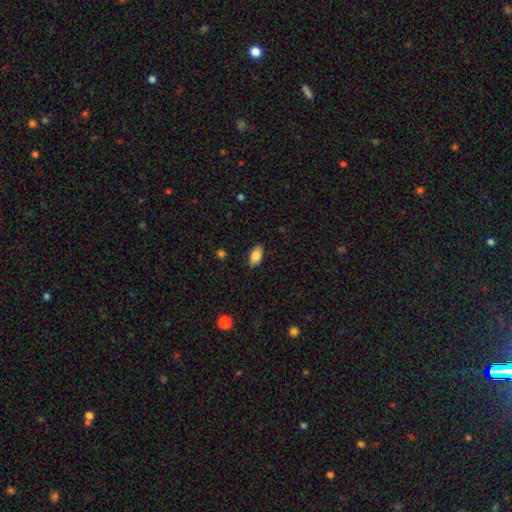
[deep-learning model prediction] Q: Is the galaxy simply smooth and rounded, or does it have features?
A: smooth — 85%.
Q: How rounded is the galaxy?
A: in between — 93%.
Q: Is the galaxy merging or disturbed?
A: none — 87%.